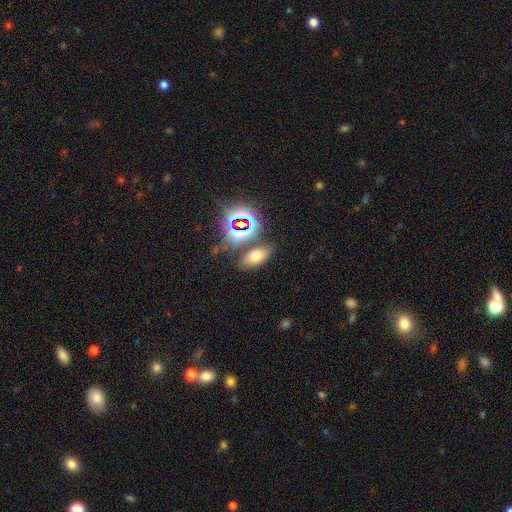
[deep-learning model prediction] Smooth or featured?
  - smooth: 59% *
  - star or artifact: 30%
  - featured or disk: 11%
How rounded?
  - in between: 84% *
  - round: 12%
  - cigar-shaped: 5%
Merging?
  - none: 73% *
  - minor disturbance: 12%
  - merger: 11%
  - major disturbance: 5%